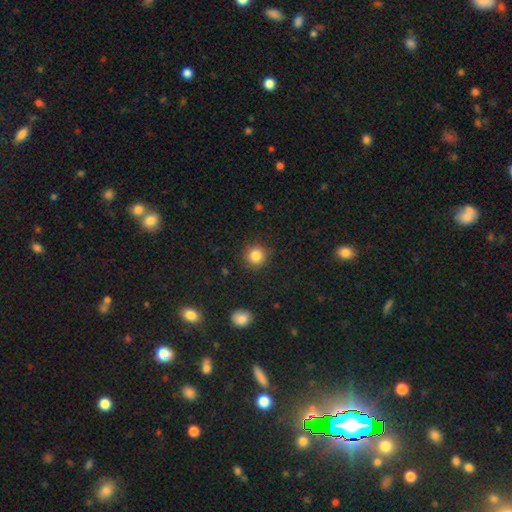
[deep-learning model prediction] Morphology: type=smooth (84%); roundness=round (93%); merging=none (89%).